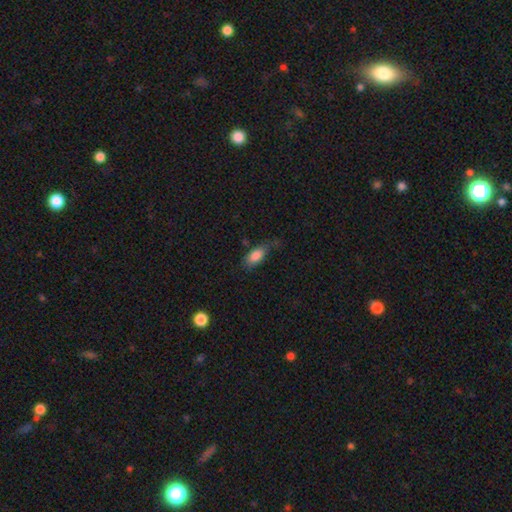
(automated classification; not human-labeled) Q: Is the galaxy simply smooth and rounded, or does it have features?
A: smooth — 82%.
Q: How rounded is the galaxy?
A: in between — 86%.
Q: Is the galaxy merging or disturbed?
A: none — 43%.